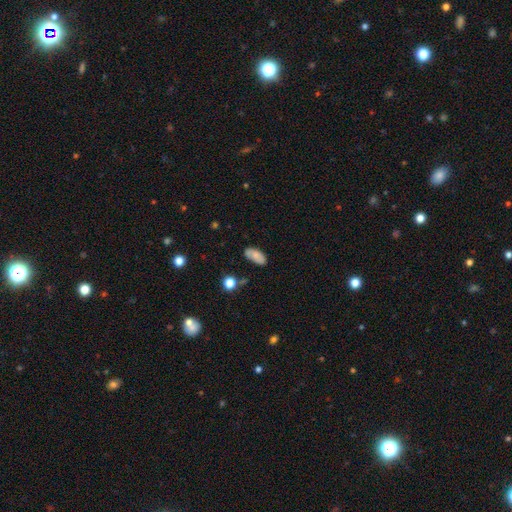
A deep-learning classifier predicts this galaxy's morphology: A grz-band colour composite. It shows a smooth galaxy with no disk features (75%) that is in between round and cigar-shaped (91%). Merging: none (70%).